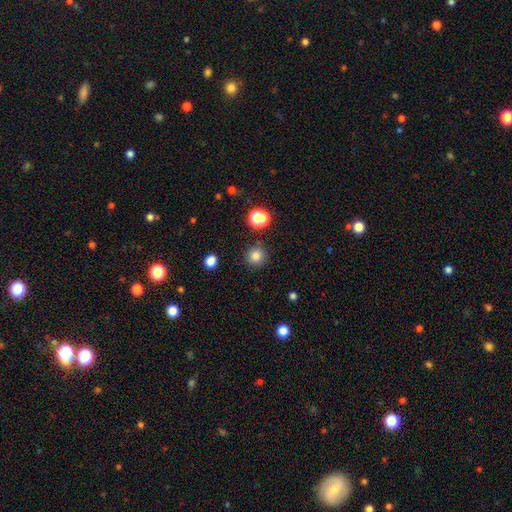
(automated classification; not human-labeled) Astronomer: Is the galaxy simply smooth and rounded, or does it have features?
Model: smooth — 82%.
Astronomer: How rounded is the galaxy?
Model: round — 94%.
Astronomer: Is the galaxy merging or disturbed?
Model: none — 89%.